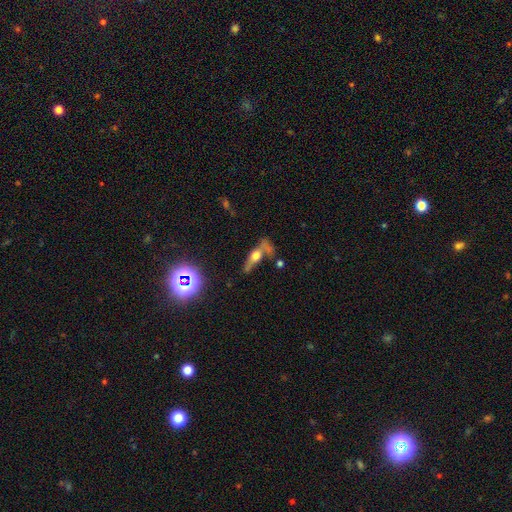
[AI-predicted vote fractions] Smooth or featured: featured or disk — 49% (smooth — 36%)
Merging: none — 44% (merger — 20%)